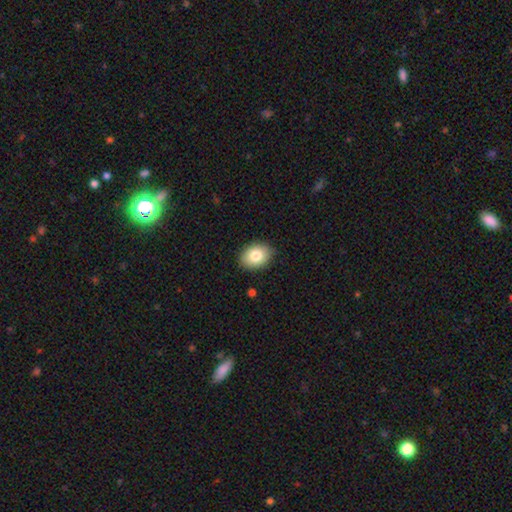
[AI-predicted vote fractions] This is clearly a smooth galaxy (81%). How rounded: likely in between (68%). Merging: clearly none (87%).